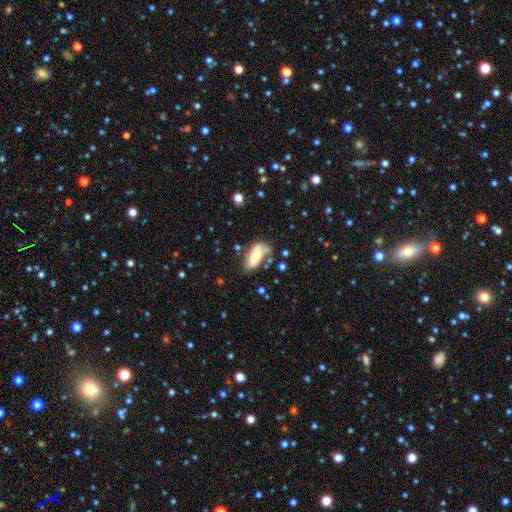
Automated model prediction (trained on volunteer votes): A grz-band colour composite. It shows a smooth galaxy with no disk features (65%) that is in between round and cigar-shaped (83%). Merging: none (52%).